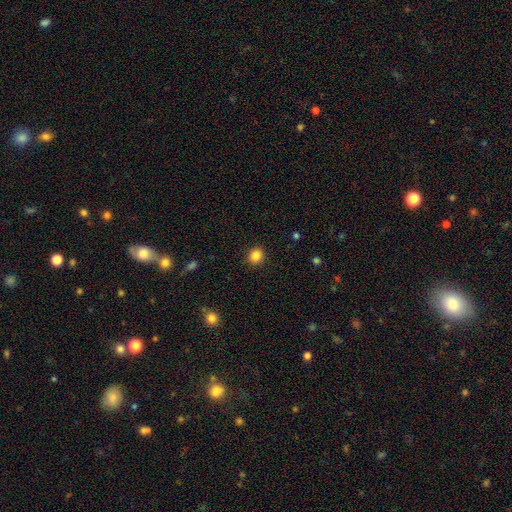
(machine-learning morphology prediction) A smooth galaxy with no disk features (85%) that is round (84%). Merging: none (91%).